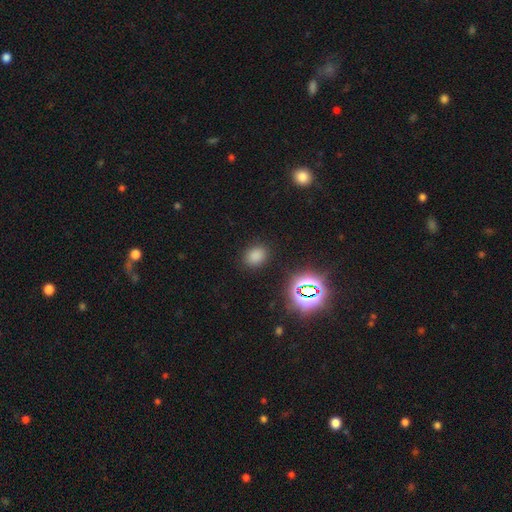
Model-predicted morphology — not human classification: type=smooth (75%); roundness=in between (51%); merging=none (86%).